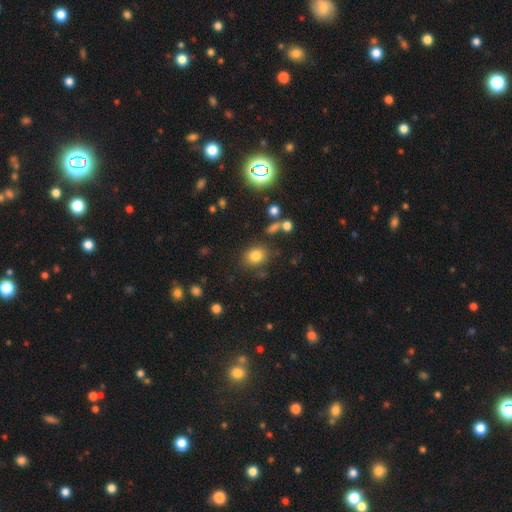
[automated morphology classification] This is likely a smooth galaxy (80%). How rounded: possibly round (53%). Merging: likely none (76%).